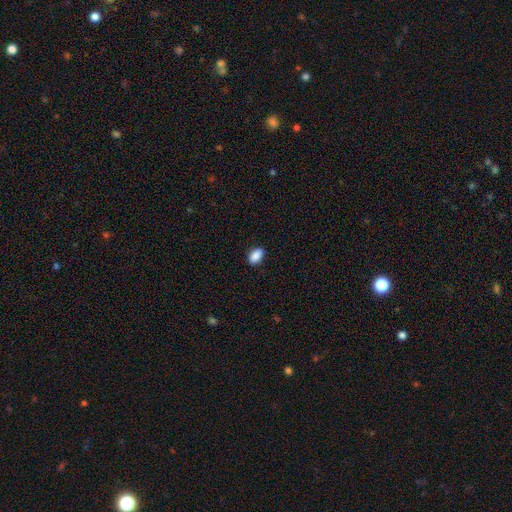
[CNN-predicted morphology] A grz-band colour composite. It shows a smooth galaxy with no disk features (89%) that is in between round and cigar-shaped (90%). Merging: none (87%).